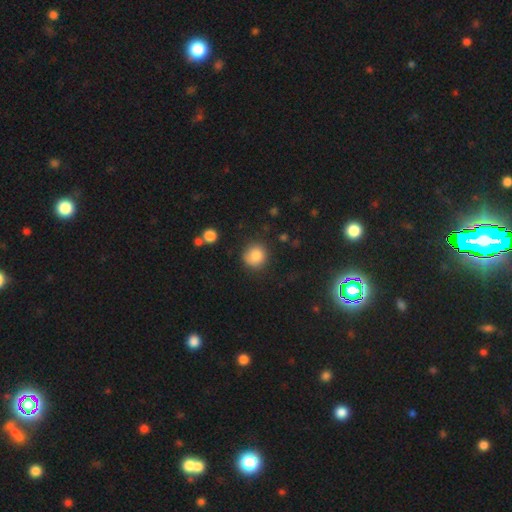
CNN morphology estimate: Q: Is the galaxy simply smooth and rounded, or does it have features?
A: smooth — 83%.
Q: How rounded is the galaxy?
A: round — 90%.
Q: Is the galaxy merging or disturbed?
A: none — 78%.